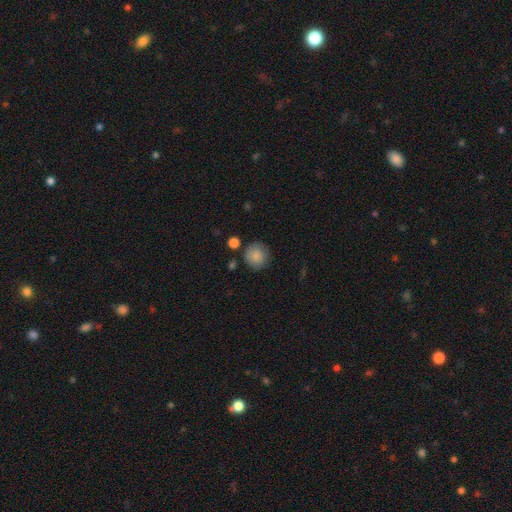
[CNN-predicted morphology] This appears to be a smooth galaxy with no disk features (86%) that is round (91%). Merging: none (81%).